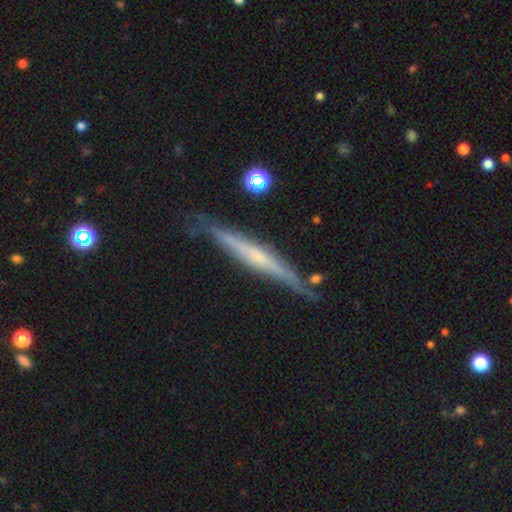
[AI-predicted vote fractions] A featured or disk galaxy (68%) viewed edge-on (96%) with no central bulge (46%). Merging: none (79%).